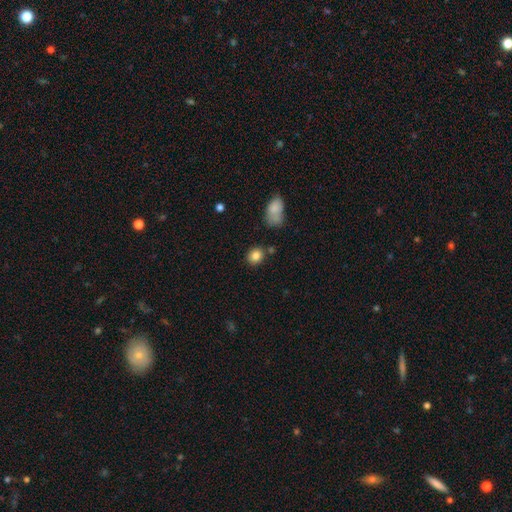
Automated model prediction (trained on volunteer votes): This is clearly a smooth galaxy (84%). How rounded: likely round (70%). Merging: clearly none (80%).